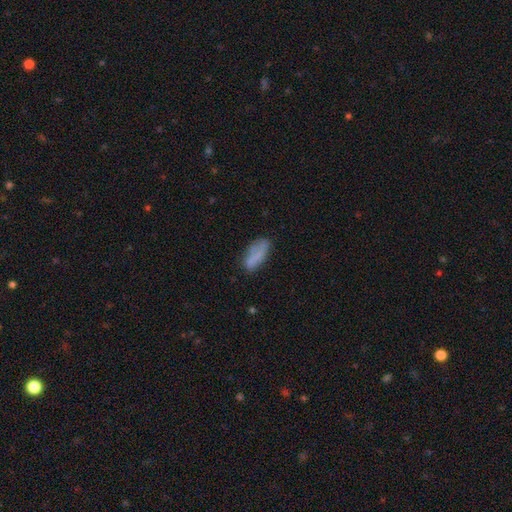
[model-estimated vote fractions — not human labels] Overall: smooth (74%). How rounded: in between (68%; cigar-shaped 29%). Merging: none (62%; minor disturbance 25%).